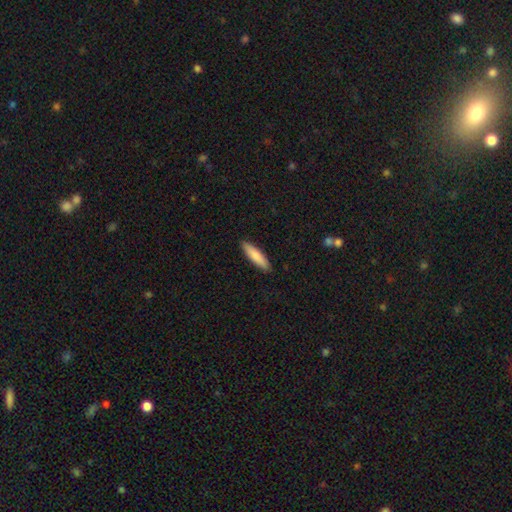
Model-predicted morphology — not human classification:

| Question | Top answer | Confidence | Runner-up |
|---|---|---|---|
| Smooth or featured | smooth | 84% | featured or disk (11%) |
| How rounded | cigar-shaped | 76% | in between (23%) |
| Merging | none | 91% | minor disturbance (7%) |